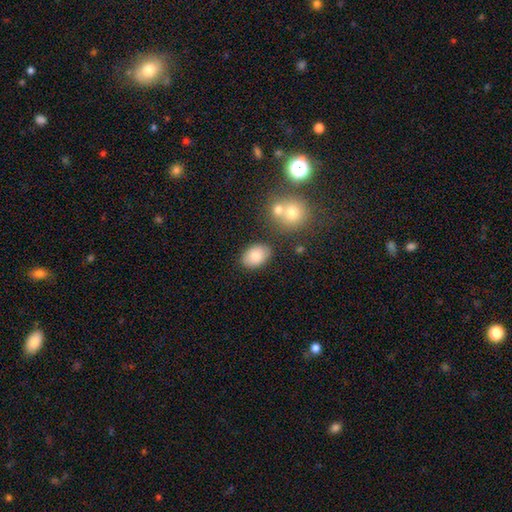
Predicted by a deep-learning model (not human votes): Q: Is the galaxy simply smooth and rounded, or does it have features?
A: smooth — 84%.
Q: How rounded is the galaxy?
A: in between — 85%.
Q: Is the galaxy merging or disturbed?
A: none — 81%.